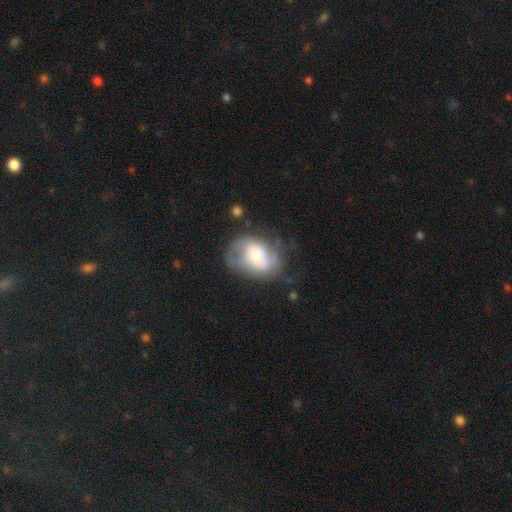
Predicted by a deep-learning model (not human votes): smooth_or_featured: featured or disk (p=0.50) [alt: smooth p=0.42]
disk_edge_on: no (p=0.96) [alt: yes p=0.04]
merging: none (p=0.45) [alt: minor disturbance p=0.27]